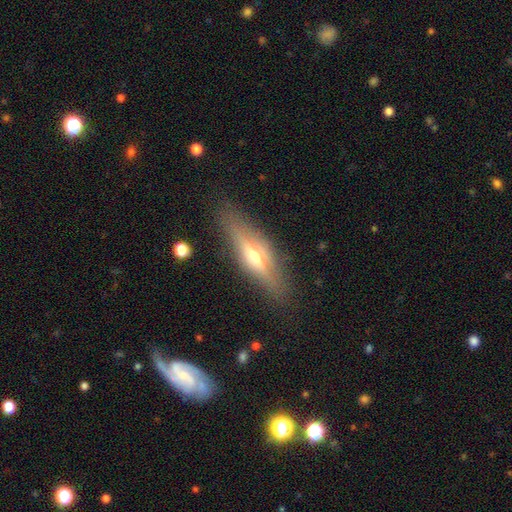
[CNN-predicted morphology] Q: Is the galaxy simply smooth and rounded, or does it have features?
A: featured or disk — 65%.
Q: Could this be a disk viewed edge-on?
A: yes — 90%.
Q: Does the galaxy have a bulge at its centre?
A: rounded — 91%.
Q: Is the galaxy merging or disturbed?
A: none — 84%.